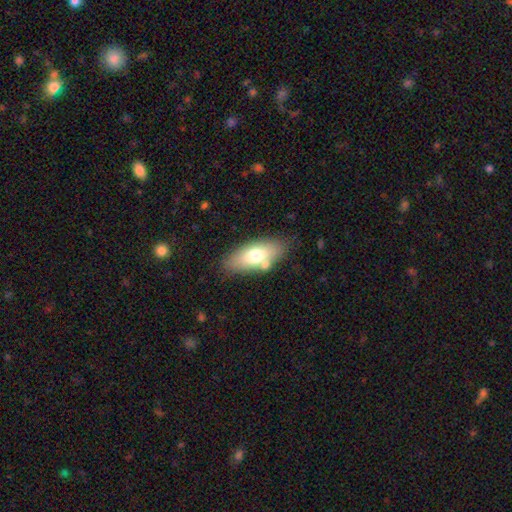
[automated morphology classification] This appears to be a smooth galaxy with no disk features (68%) that is in between round and cigar-shaped (81%). Merging: none (72%).